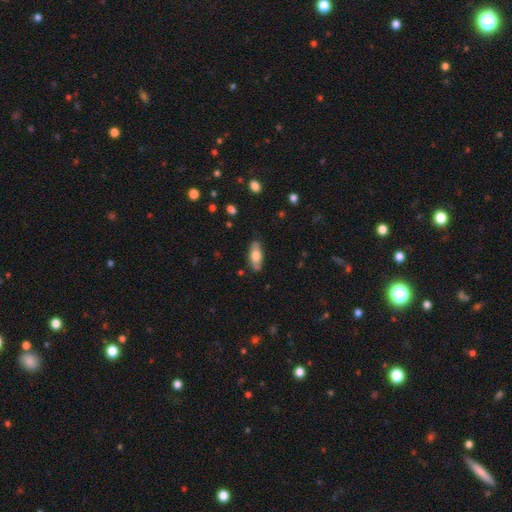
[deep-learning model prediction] A smooth galaxy with no disk features (67%) that is in between round and cigar-shaped (81%). Merging: none (83%).